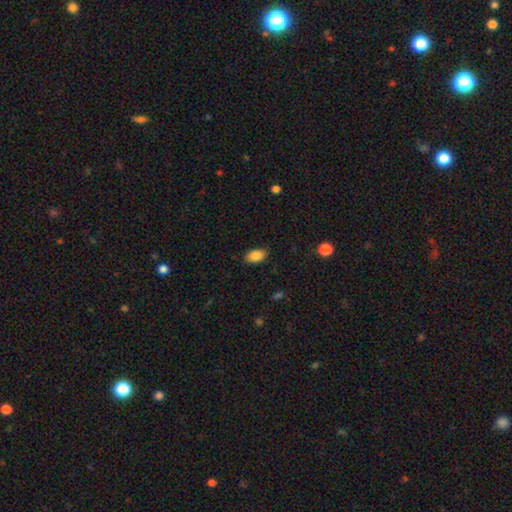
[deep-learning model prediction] smooth-or-featured: smooth: 87% | star or artifact: 8% | featured or disk: 5%
  how-rounded: in between: 91% | round: 7% | cigar-shaped: 2%
  merging: none: 84% | minor disturbance: 12% | major disturbance: 3% | merger: 1%